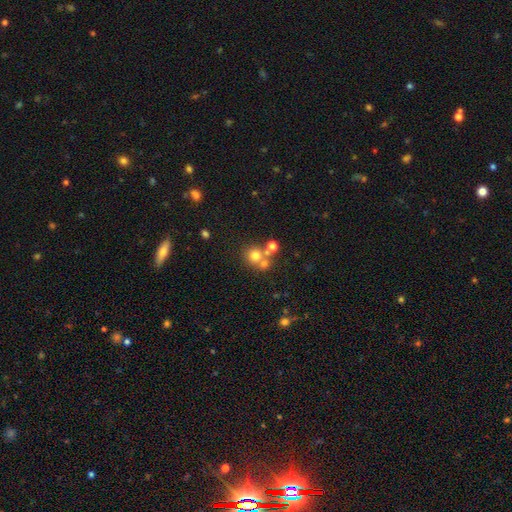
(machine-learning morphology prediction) smooth 68%, star or artifact 16%, featured or disk 15%. Down the decision tree: how rounded — round (88%); merging — none (54%).